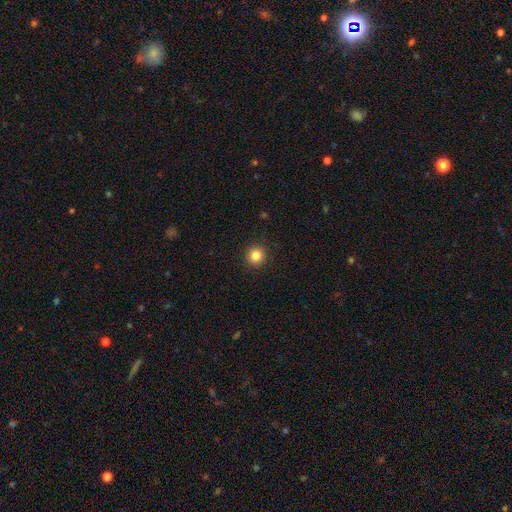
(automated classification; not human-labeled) Morphology: type=smooth (84%); roundness=round (94%); merging=none (92%).